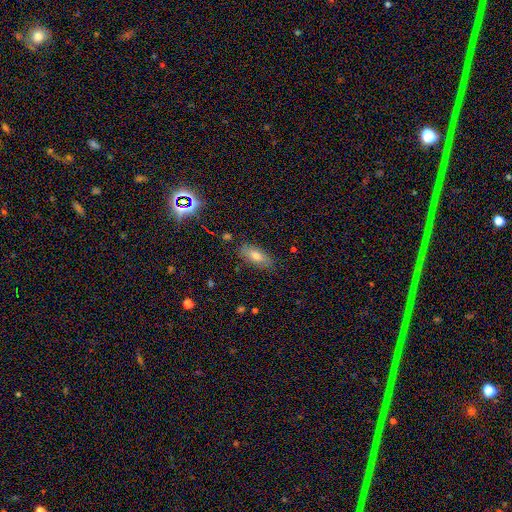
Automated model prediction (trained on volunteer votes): Smooth or featured?
  - smooth: 65% *
  - featured or disk: 20%
  - star or artifact: 15%
How rounded?
  - in between: 82% *
  - cigar-shaped: 14%
  - round: 4%
Merging?
  - none: 82% *
  - minor disturbance: 13%
  - major disturbance: 3%
  - merger: 2%